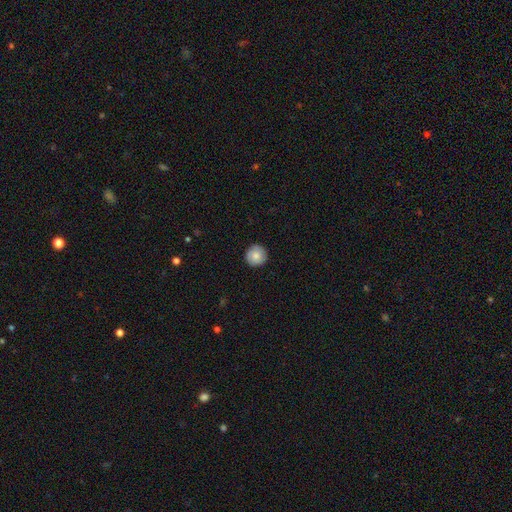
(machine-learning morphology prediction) The model was most divided on "smooth or featured": smooth: 84%, featured or disk: 9%, star or artifact: 7%. More confident: how rounded — round (96%); merging — none (92%).